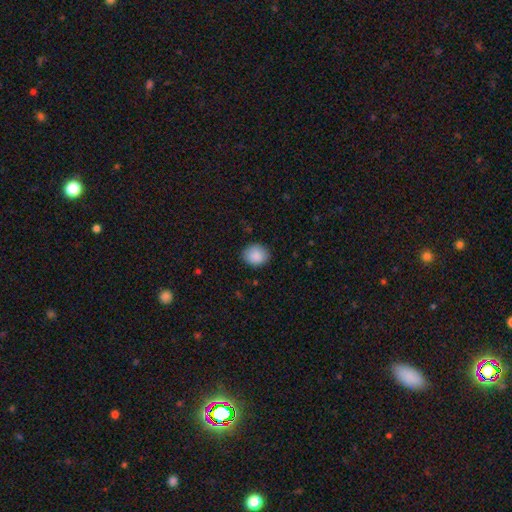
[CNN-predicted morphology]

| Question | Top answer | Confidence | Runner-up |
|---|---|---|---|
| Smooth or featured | smooth | 89% | star or artifact (7%) |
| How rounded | round | 70% | in between (29%) |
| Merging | none | 86% | minor disturbance (11%) |